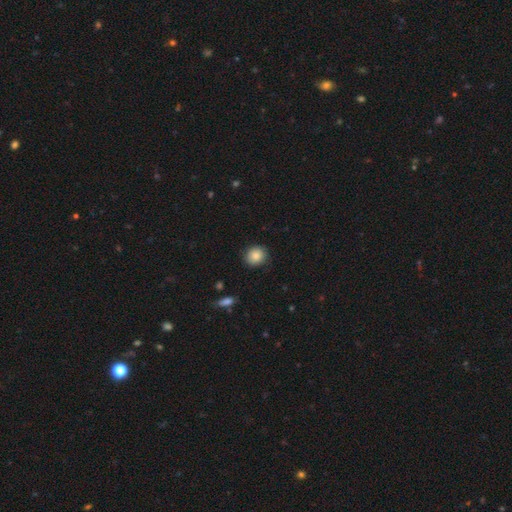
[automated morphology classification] This appears to be a smooth galaxy with no disk features (86%) that is round (85%). Merging: none (84%).